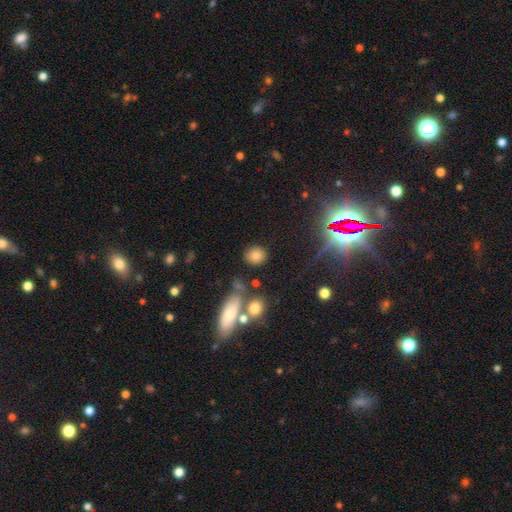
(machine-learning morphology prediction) Smooth or featured? Predicted: smooth (p=0.78). How rounded? Predicted: round (p=0.76). Merging? Predicted: none (p=0.81).